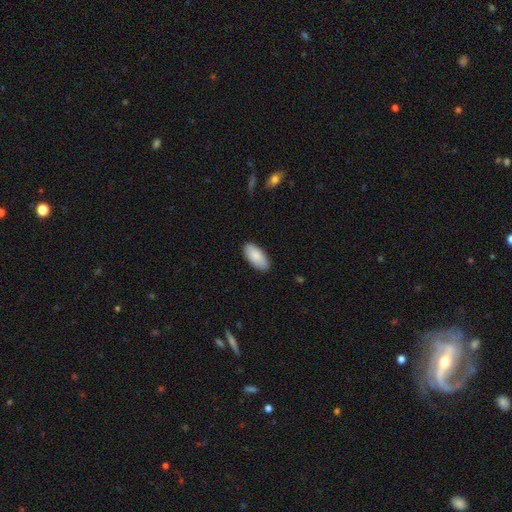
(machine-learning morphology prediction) type=smooth (88%); roundness=in between (92%); merging=none (87%).